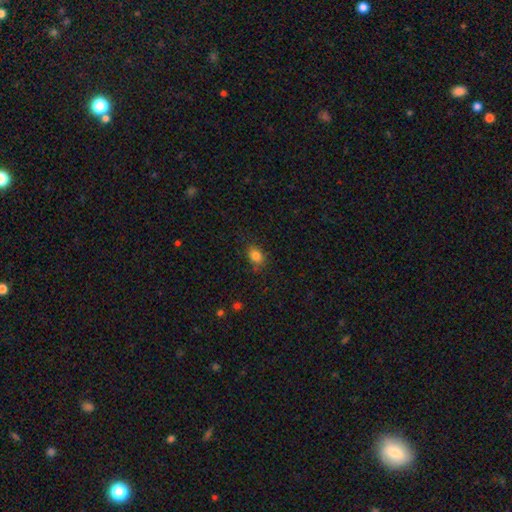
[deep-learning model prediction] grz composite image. It shows a smooth galaxy with no disk features (83%) that is in between round and cigar-shaped (66%). Merging: none (79%).